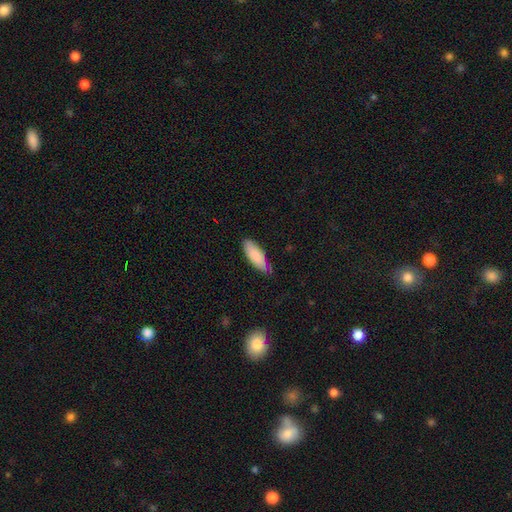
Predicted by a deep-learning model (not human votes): Morphology: type=smooth (84%); roundness=in between (68%); merging=none (69%).